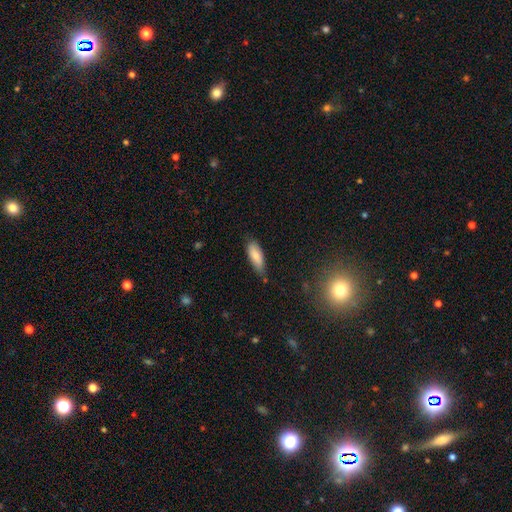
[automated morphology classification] A smooth galaxy with no disk features (82%) that is in between round and cigar-shaped (65%). Merging: none (68%).